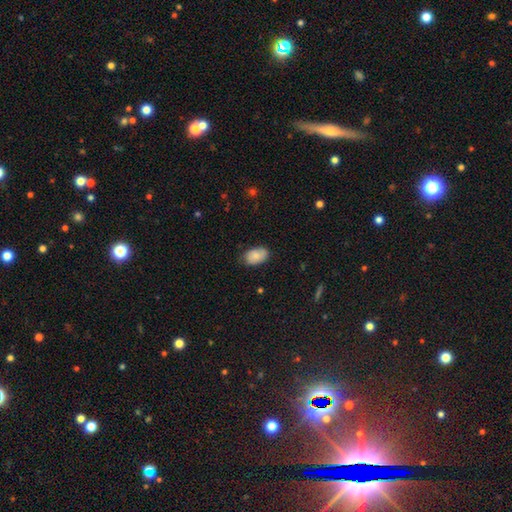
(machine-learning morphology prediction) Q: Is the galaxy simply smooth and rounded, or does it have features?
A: smooth — 79%.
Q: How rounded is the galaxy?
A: in between — 91%.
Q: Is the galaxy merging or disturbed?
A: none — 74%.